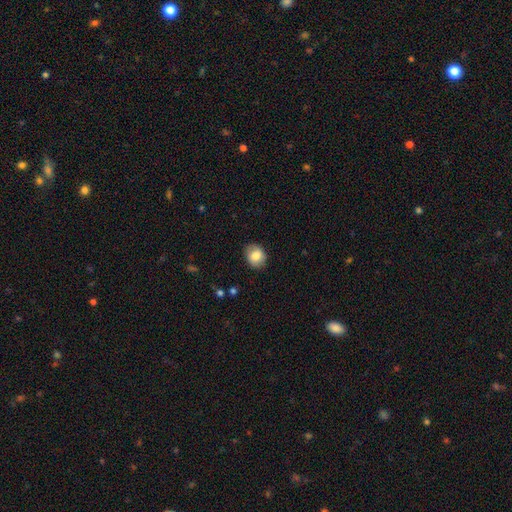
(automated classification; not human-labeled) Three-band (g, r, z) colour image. It shows a smooth galaxy with no disk features (81%) that is round (53%). Merging: none (83%).